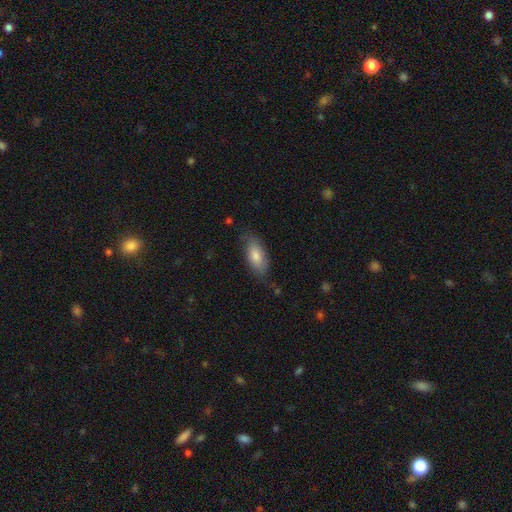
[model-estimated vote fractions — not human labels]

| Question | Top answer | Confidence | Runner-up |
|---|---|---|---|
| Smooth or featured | smooth | 74% | featured or disk (20%) |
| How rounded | in between | 85% | cigar-shaped (13%) |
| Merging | none | 71% | minor disturbance (23%) |